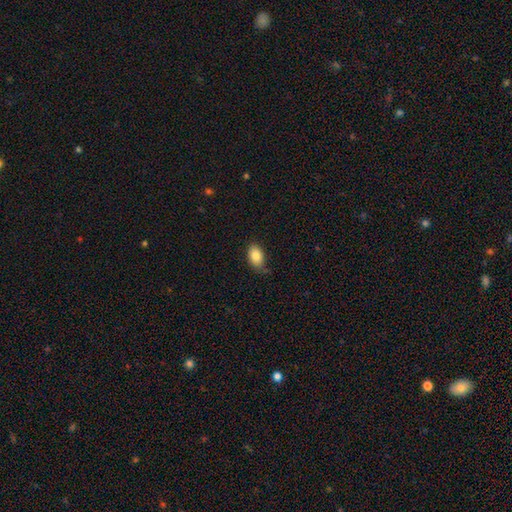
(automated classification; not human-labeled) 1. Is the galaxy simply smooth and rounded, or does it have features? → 84% smooth, 8% star or artifact, 8% featured or disk.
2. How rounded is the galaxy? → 90% in between, 9% round, 1% cigar-shaped.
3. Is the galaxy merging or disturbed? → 72% none, 22% minor disturbance, 4% major disturbance, 2% merger.